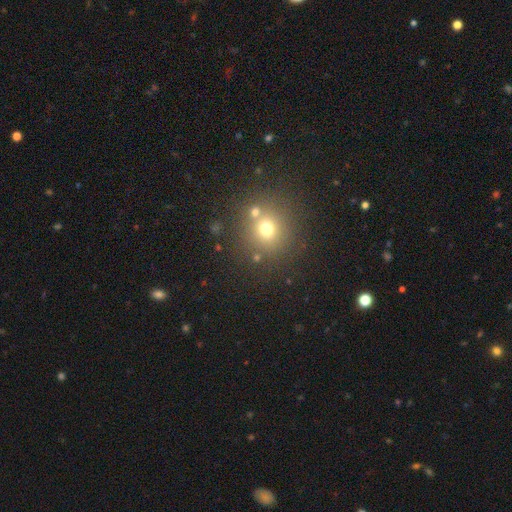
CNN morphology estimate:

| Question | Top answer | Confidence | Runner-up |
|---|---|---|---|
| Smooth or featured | smooth | 61% | star or artifact (28%) |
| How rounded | round | 89% | in between (10%) |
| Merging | none | 72% | merger (16%) |